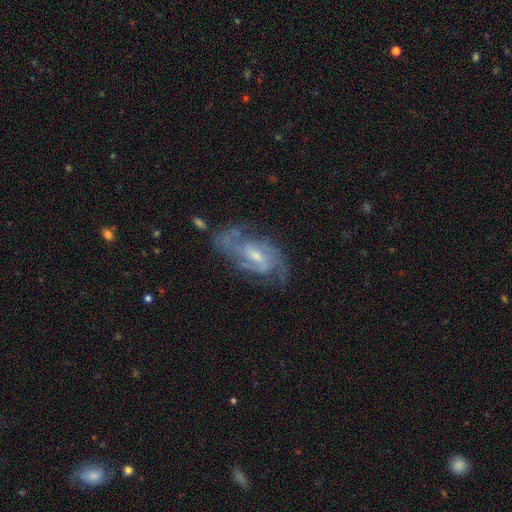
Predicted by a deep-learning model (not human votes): Smooth or featured? Predicted: featured or disk (p=0.84). Edge-on disk? Predicted: no (p=0.95). Bar? Predicted: weak (p=0.50). Spiral arms? Predicted: yes (p=0.93). Spiral winding? Predicted: medium (p=0.47). Spiral arm count? Predicted: 2 (p=0.41). Bulge size? Predicted: small (p=0.50). Merging? Predicted: none (p=0.61).